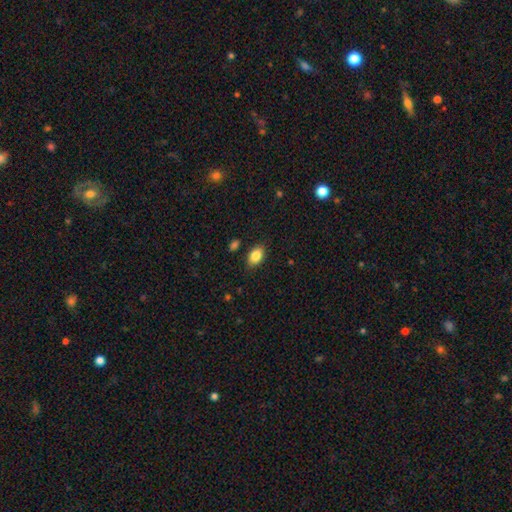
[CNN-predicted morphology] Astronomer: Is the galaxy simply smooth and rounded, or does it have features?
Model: smooth — 85%.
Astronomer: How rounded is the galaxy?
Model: in between — 88%.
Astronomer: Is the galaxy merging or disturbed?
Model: none — 85%.